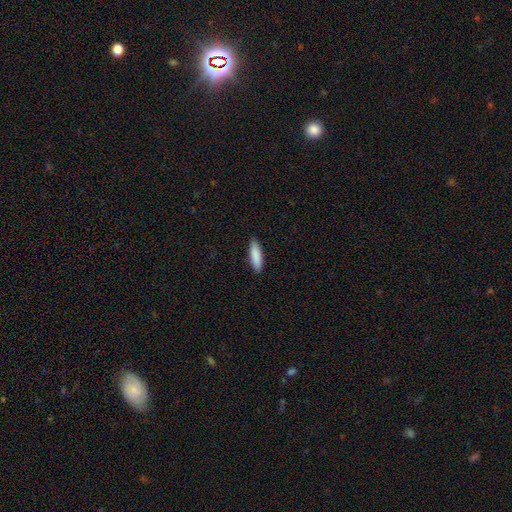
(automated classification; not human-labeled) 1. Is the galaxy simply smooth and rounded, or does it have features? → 88% smooth, 6% featured or disk, 5% star or artifact.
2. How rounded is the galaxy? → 63% cigar-shaped, 35% in between, 1% round.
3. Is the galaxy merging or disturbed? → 90% none, 8% minor disturbance, 2% major disturbance, 1% merger.